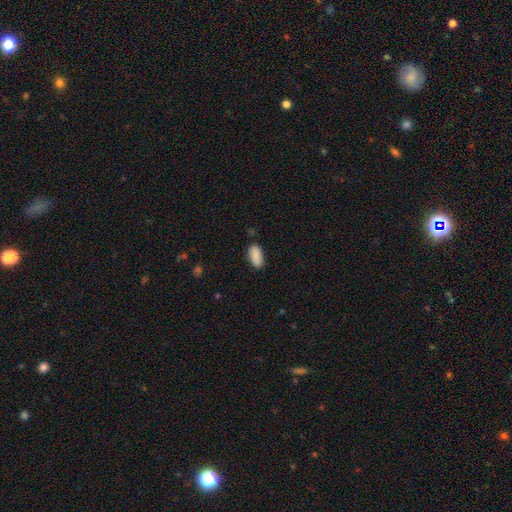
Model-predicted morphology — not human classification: The model was most divided on "merging": none: 82%, minor disturbance: 14%, major disturbance: 3%, merger: 2%. More confident: how rounded — in between (92%); smooth or featured — smooth (88%).